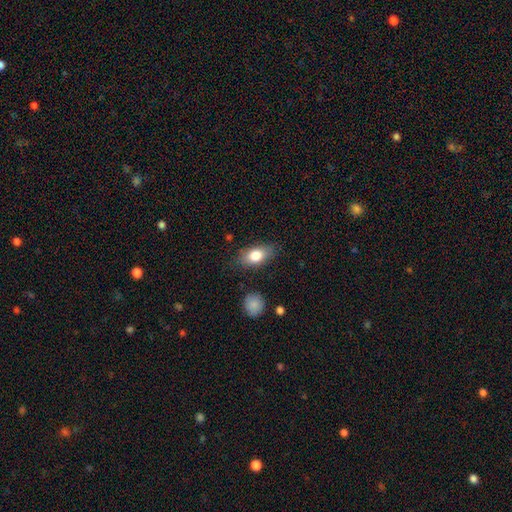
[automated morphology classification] A smooth galaxy with no disk features (80%) that is in between round and cigar-shaped (85%).

Vote fractions:
- Smooth or featured? smooth: 80% / featured or disk: 13% / star or artifact: 7%
- How rounded? in between: 85% / round: 9% / cigar-shaped: 6%
- Merging? none: 77% / minor disturbance: 16% / major disturbance: 4% / merger: 2%